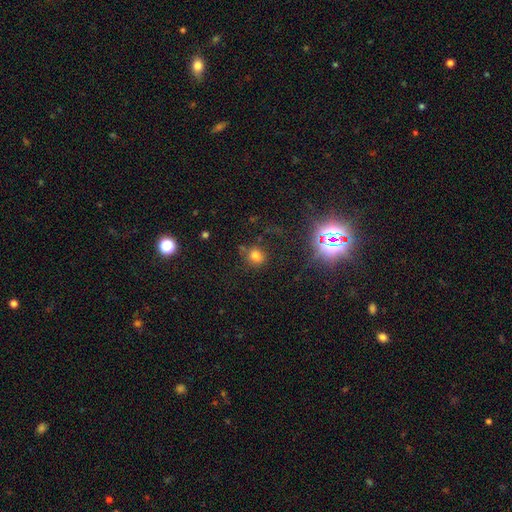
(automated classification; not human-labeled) smooth-or-featured: smooth: 70% | star or artifact: 22% | featured or disk: 8%
  how-rounded: round: 79% | in between: 20% | cigar-shaped: 1%
  merging: none: 75% | minor disturbance: 14% | major disturbance: 6% | merger: 6%